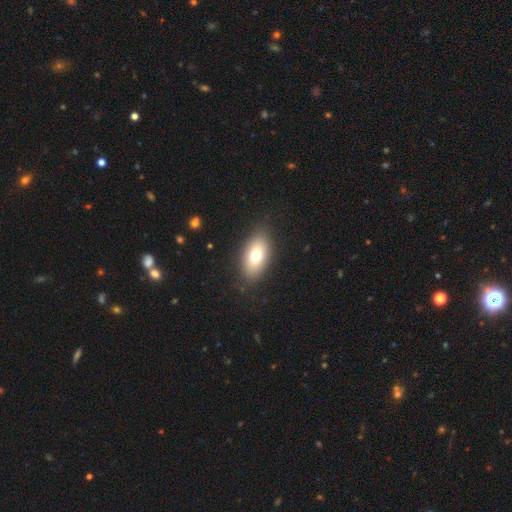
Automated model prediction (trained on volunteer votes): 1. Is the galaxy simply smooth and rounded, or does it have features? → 73% smooth, 19% featured or disk, 9% star or artifact.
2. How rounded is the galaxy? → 89% in between, 6% round, 4% cigar-shaped.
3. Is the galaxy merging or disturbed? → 85% none, 11% minor disturbance, 3% major disturbance, 1% merger.